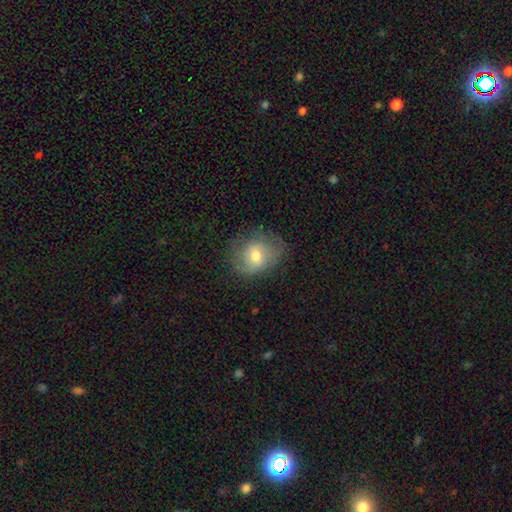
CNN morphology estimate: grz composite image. It shows a smooth galaxy with no disk features (60%) that is round (54%). Merging: none (68%).